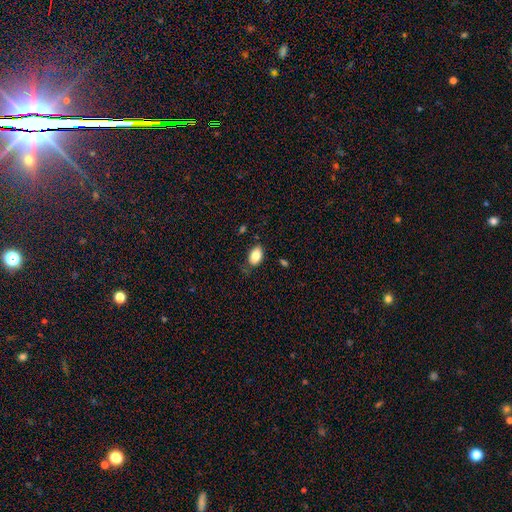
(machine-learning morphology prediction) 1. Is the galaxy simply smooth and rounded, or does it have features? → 83% smooth, 9% featured or disk, 8% star or artifact.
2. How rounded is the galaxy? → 90% in between, 8% round, 1% cigar-shaped.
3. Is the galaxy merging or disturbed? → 79% none, 15% minor disturbance, 3% major disturbance, 2% merger.